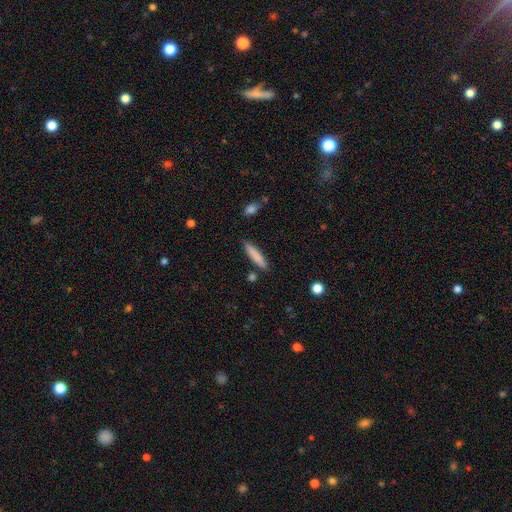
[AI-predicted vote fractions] A smooth galaxy with no disk features (80%) that is cigar-shaped (89%). Merging: none (86%).